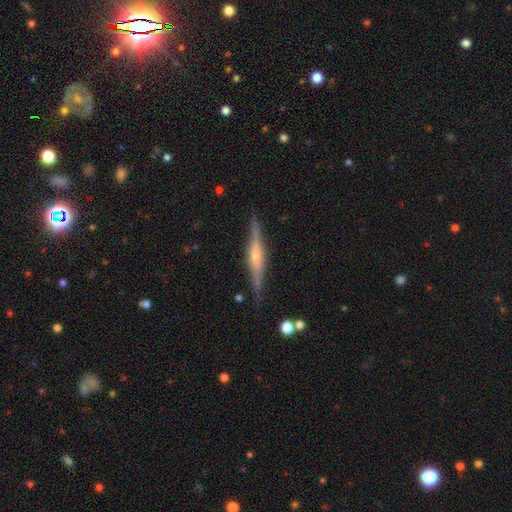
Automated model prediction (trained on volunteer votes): This appears to be a featured or disk galaxy (71%) viewed edge-on (97%) with a rounded central bulge (66%). Merging: none (85%).